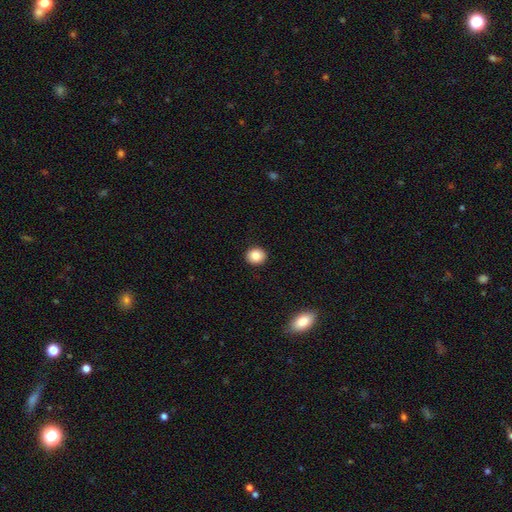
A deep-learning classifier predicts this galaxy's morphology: A smooth galaxy with no disk features (85%) that is round (82%). Merging: none (92%).